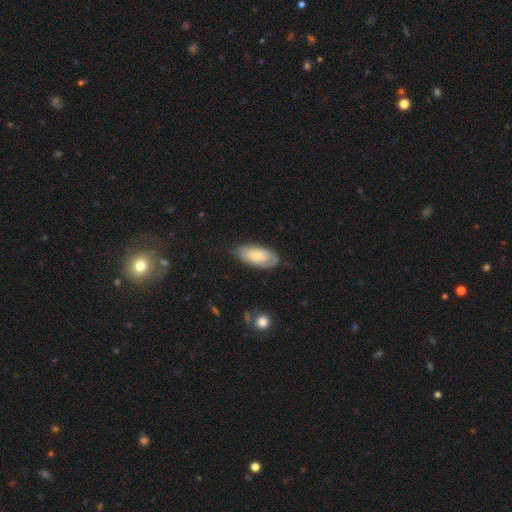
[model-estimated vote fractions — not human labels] A smooth galaxy with no disk features (63%) that is in between round and cigar-shaped (90%). Merging: none (71%).